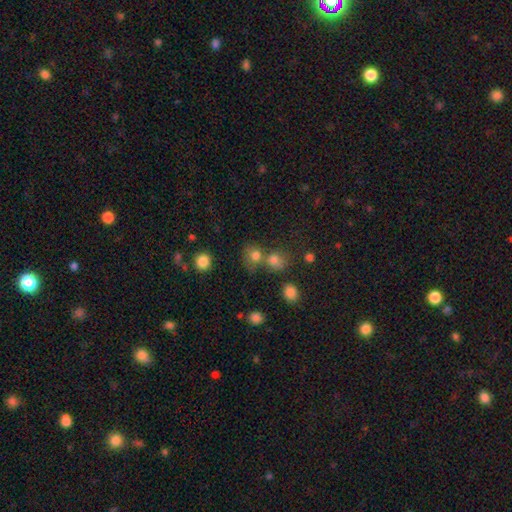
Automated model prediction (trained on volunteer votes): Smooth or featured: smooth — 77% (star or artifact — 15%)
How rounded: round — 73% (in between — 25%)
Merging: none — 45% (merger — 41%)